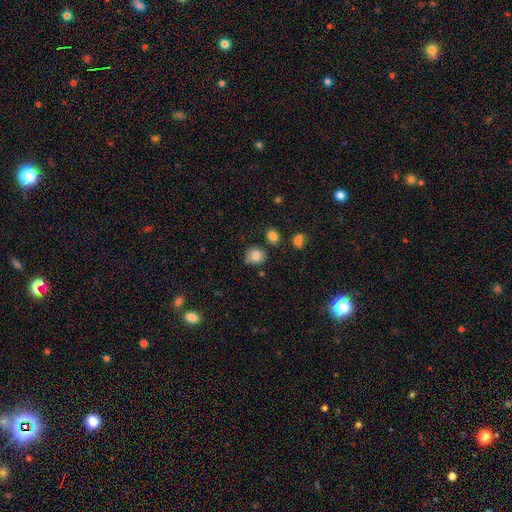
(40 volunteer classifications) Smooth or featured: smooth — 82% (featured or disk — 10%)
How rounded: round — 82% (in between — 18%)
Merging: none — 70% (minor disturbance — 19%)